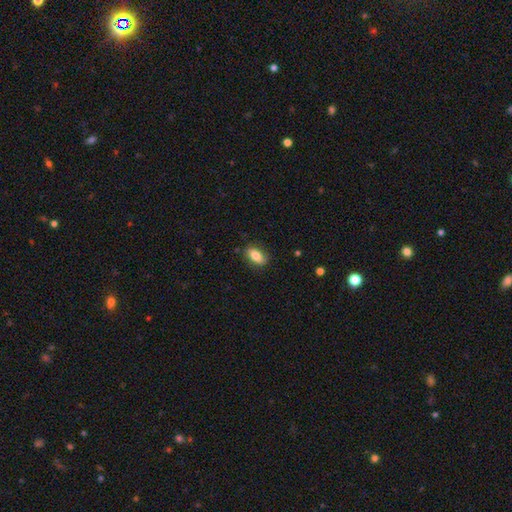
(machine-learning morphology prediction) Q: Smooth or featured?
A: smooth (82%); runner-up: featured or disk (10%)
Q: How rounded?
A: in between (88%); runner-up: cigar-shaped (7%)
Q: Merging?
A: none (83%); runner-up: minor disturbance (13%)